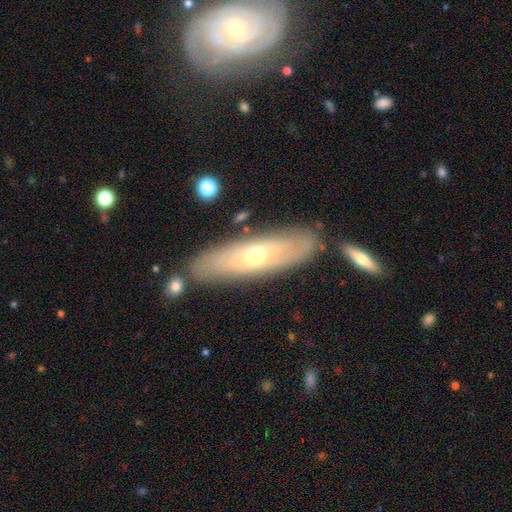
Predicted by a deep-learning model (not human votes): featured or disk 50%, smooth 44%, star or artifact 7%. Down the decision tree: merging — none (80%).